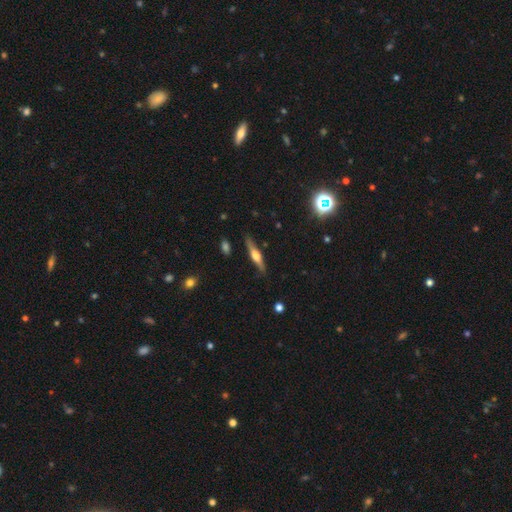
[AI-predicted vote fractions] smooth_or_featured: featured or disk (p=0.59) [alt: smooth p=0.34]
disk_edge_on: yes (p=0.95) [alt: no p=0.05]
edge_on_bulge: rounded (p=0.89) [alt: boxy p=0.07]
merging: none (p=0.85) [alt: minor disturbance p=0.11]